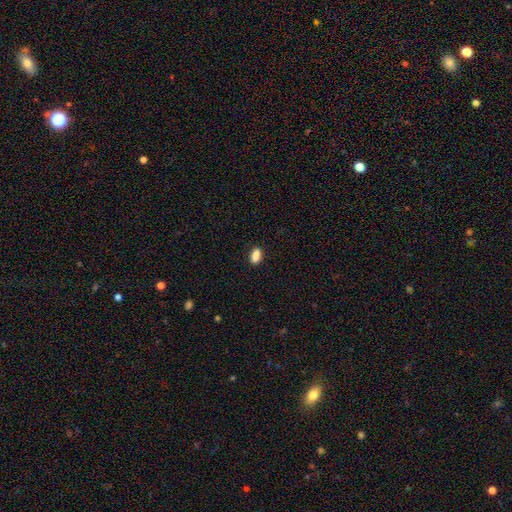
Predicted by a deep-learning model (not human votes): smooth_or_featured: smooth (p=0.87) [alt: star or artifact p=0.09]
how_rounded: in between (p=0.85) [alt: cigar-shaped p=0.07]
merging: none (p=0.87) [alt: minor disturbance p=0.09]